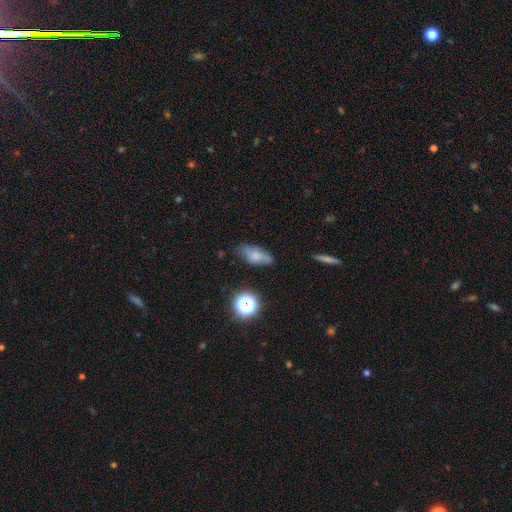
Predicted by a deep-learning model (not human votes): smooth_or_featured: smooth (p=0.61) [alt: featured or disk p=0.26]
how_rounded: in between (p=0.78) [alt: cigar-shaped p=0.13]
merging: none (p=0.60) [alt: minor disturbance p=0.29]